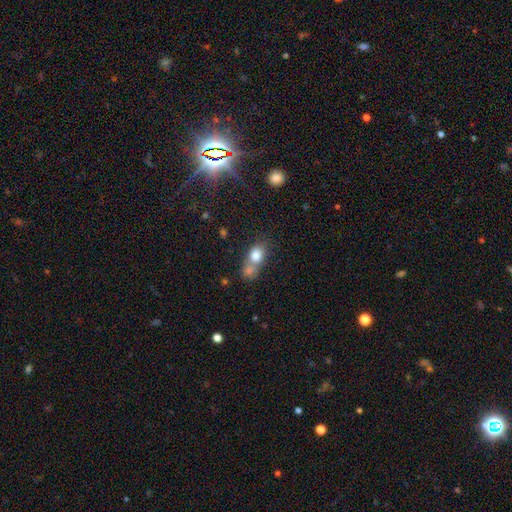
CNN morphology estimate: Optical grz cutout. It shows a smooth galaxy with no disk features (77%) that is in between round and cigar-shaped (56%). Merging: merger (57%).